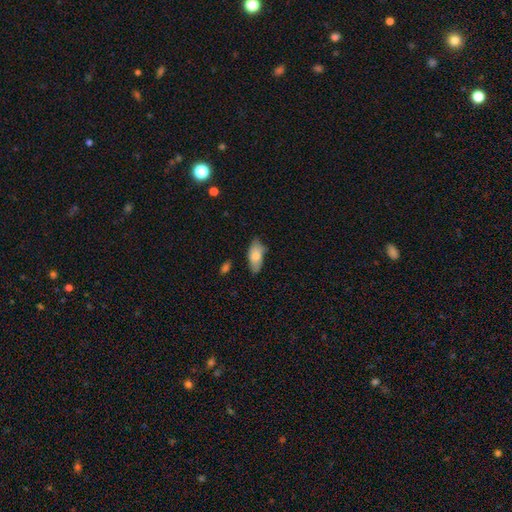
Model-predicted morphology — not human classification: This is likely a smooth galaxy (78%). How rounded: clearly in between (89%). Merging: likely none (68%).